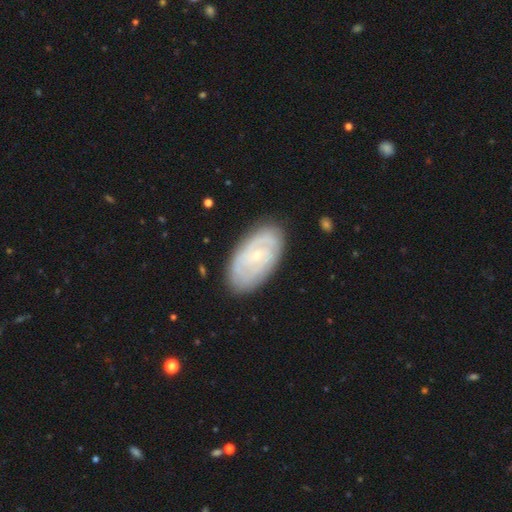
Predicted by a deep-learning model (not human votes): A featured or disk galaxy (71%) with no bar (57%), tight (66%) spiral arms (88%) and a small central bulge (79%).

Vote fractions:
- Smooth or featured? featured or disk: 71% / smooth: 22% / star or artifact: 7%
- Edge-on disk? no: 95% / yes: 5%
- Bar? no: 57% / weak: 36% / strong: 7%
- Spiral arms? yes: 88% / no: 12%
- Spiral winding? tight: 66% / medium: 26% / loose: 8%
- Spiral arm count? can't tell: 41% / 2: 33% / 3: 12% / 4: 6% / 1: 4% / more than 4: 4%
- Bulge size? small: 79% / moderate: 14% / none: 4% / large: 1% / dominant: 1%
- Merging? none: 83% / minor disturbance: 13% / major disturbance: 3% / merger: 1%